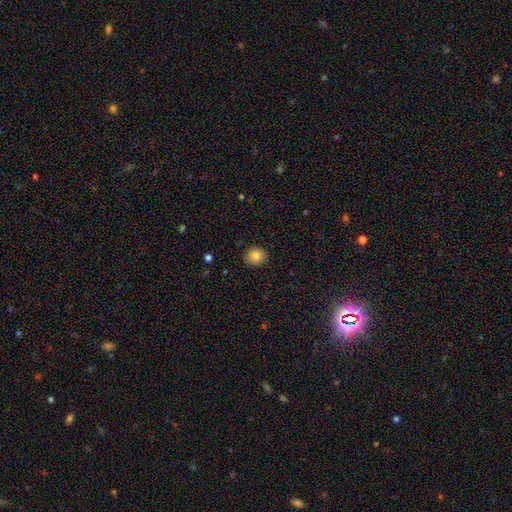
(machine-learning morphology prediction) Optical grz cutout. It shows a smooth galaxy with no disk features (82%) that is round (68%). Merging: none (88%).